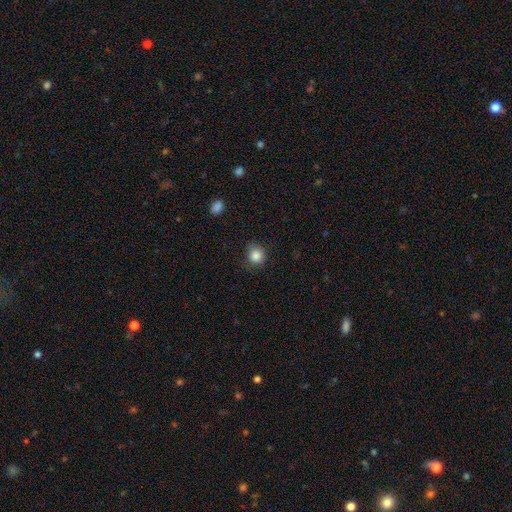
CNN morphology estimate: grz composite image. It shows a smooth galaxy with no disk features (86%) that is round (84%). Merging: none (77%).